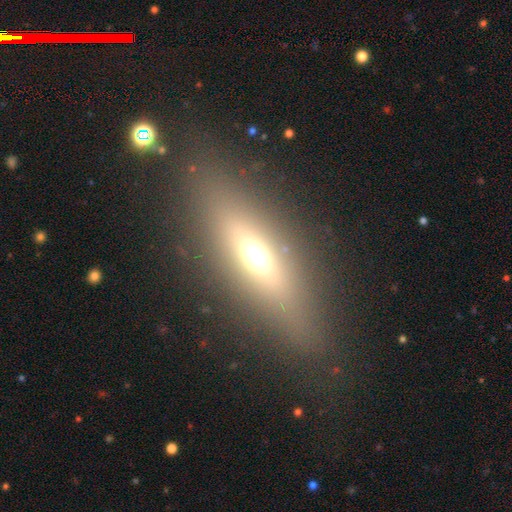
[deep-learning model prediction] A smooth galaxy with no disk features (48%). Merging: none (83%).